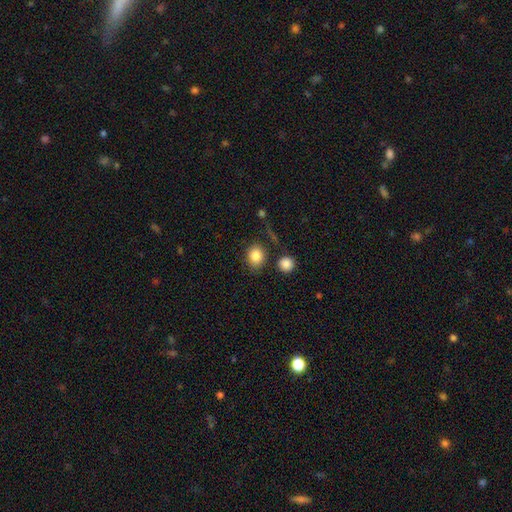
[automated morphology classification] type=smooth (85%); roundness=round (54%); merging=none (76%).